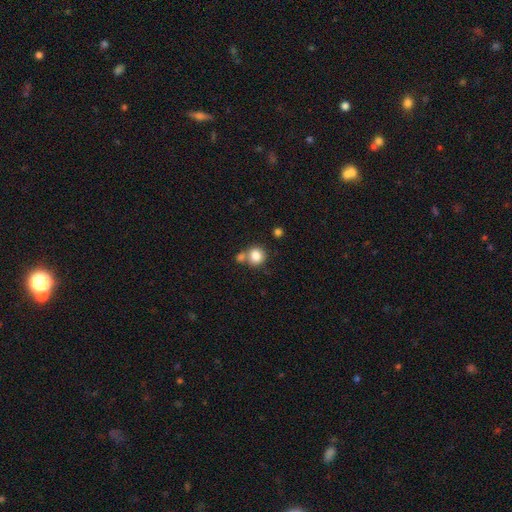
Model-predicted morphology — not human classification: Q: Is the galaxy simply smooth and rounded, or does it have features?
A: smooth — 84%.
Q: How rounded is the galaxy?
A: round — 87%.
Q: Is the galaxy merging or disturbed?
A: none — 56%.